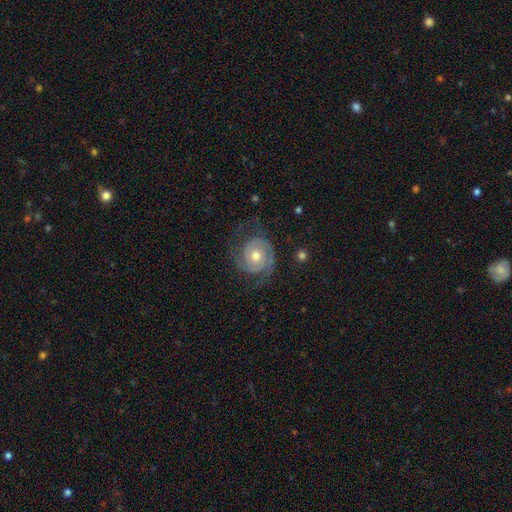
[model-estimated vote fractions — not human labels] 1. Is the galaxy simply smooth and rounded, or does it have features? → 86% featured or disk, 9% smooth, 5% star or artifact.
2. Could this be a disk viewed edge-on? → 98% no, 2% yes.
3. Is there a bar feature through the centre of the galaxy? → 76% no, 19% weak, 4% strong.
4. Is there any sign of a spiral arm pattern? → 97% yes, 3% no.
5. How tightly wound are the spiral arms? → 59% tight, 32% medium, 8% loose.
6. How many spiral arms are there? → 72% 2, 11% 3, 8% can't tell, 4% 1, 2% 4, 2% more than 4.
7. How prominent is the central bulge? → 71% moderate, 24% small, 4% large, 1% none, 1% dominant.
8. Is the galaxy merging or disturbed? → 71% none, 17% minor disturbance, 11% major disturbance, 1% merger.